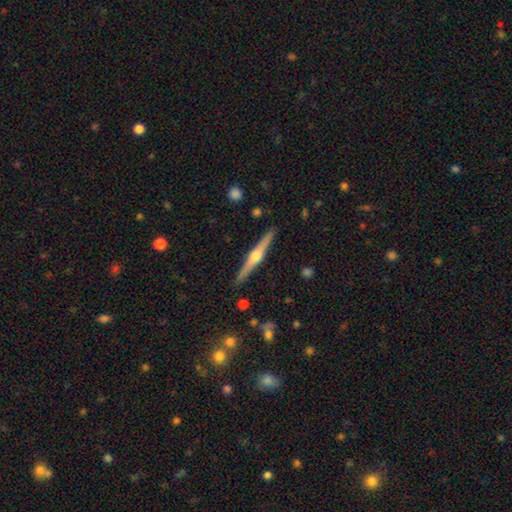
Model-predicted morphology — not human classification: This is clearly a featured or disk galaxy (82%). It is clearly viewed edge-on (98%). Edge-on bulge: clearly rounded (94%). Merging: clearly none (92%).